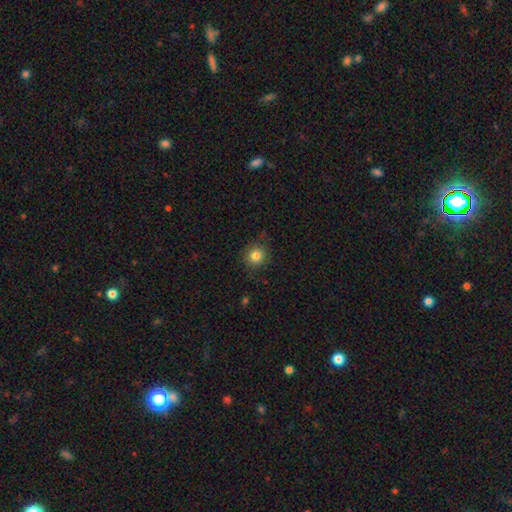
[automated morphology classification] smooth_or_featured: smooth (p=0.83) [alt: star or artifact p=0.11]
how_rounded: round (p=0.89) [alt: in between p=0.10]
merging: none (p=0.84) [alt: minor disturbance p=0.11]